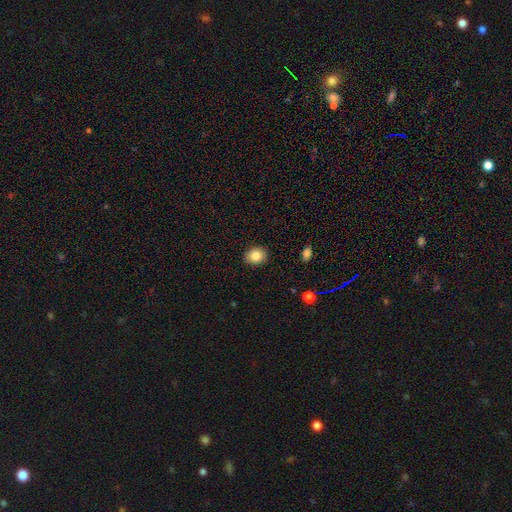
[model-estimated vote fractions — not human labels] The model was most divided on "how rounded": round: 53%, in between: 46%, cigar-shaped: 1%. More confident: merging — none (90%); smooth or featured — smooth (83%).